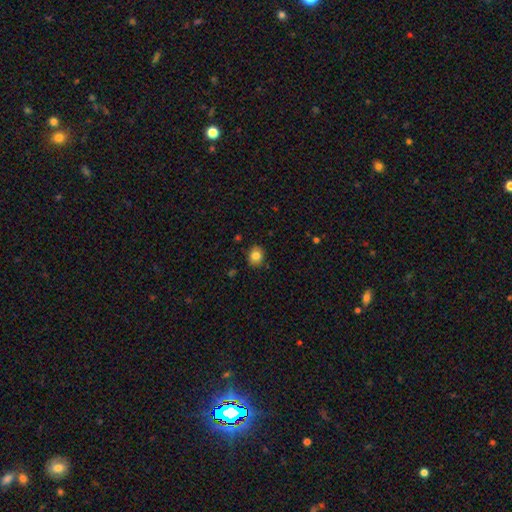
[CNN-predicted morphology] Smooth or featured?
  - smooth: 83% *
  - star or artifact: 10%
  - featured or disk: 7%
How rounded?
  - round: 64% *
  - in between: 35%
  - cigar-shaped: 1%
Merging?
  - none: 87% *
  - minor disturbance: 10%
  - major disturbance: 2%
  - merger: 1%